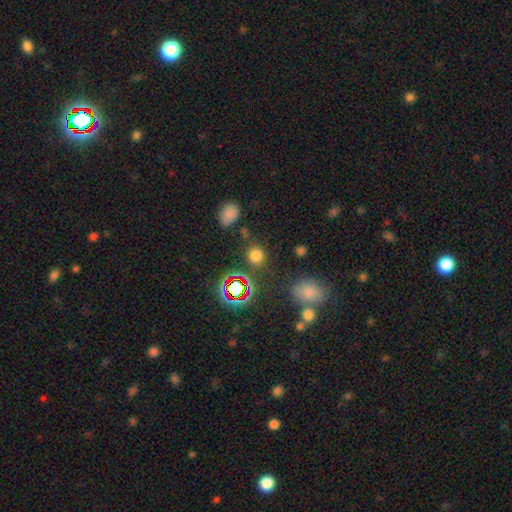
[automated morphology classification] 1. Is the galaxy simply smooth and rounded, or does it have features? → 70% smooth, 24% star or artifact, 6% featured or disk.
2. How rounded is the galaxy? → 85% round, 13% in between, 1% cigar-shaped.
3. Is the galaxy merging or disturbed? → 82% none, 10% minor disturbance, 5% merger, 4% major disturbance.